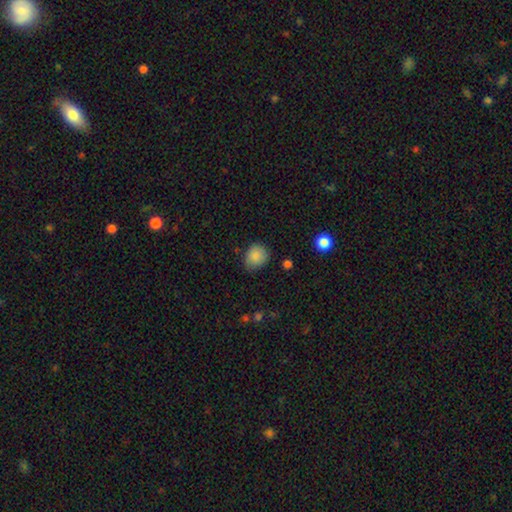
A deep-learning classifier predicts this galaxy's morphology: smooth-or-featured: smooth: 86% | star or artifact: 9% | featured or disk: 5%
  how-rounded: round: 68% | in between: 31% | cigar-shaped: 1%
  merging: none: 69% | minor disturbance: 25% | major disturbance: 4% | merger: 2%